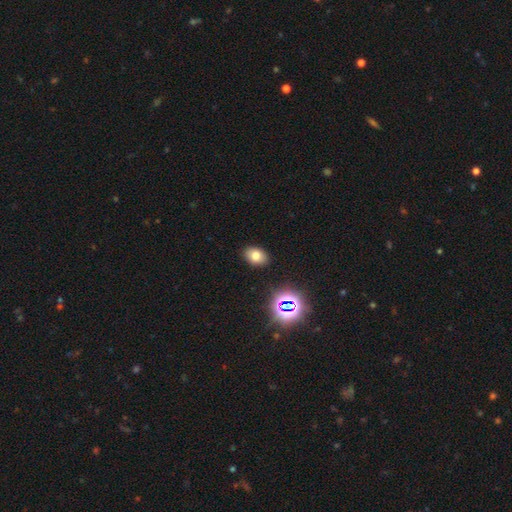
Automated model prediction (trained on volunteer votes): Smooth or featured: smooth — 74% (star or artifact — 16%)
How rounded: in between — 79% (round — 20%)
Merging: none — 88% (minor disturbance — 8%)